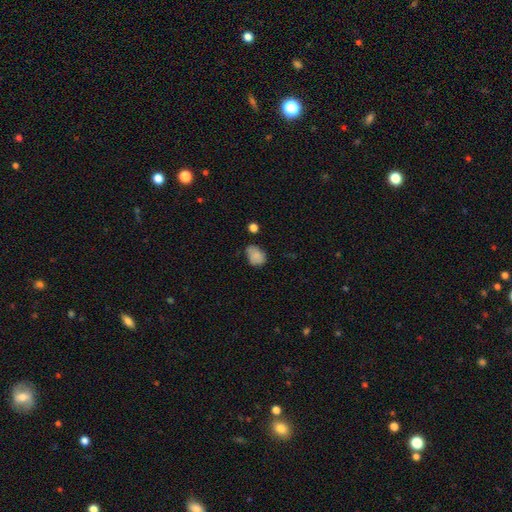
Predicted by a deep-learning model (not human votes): smooth 81%, star or artifact 10%, featured or disk 9%. Down the decision tree: how rounded — in between (64%); merging — none (51%).